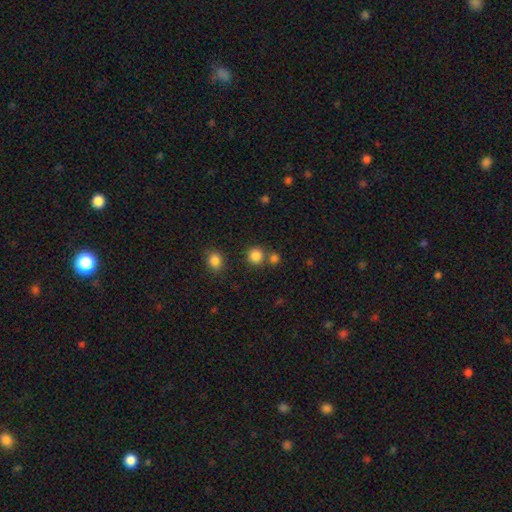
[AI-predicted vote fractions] smooth-or-featured: smooth: 83% | star or artifact: 13% | featured or disk: 4%
  how-rounded: round: 91% | in between: 8% | cigar-shaped: 1%
  merging: none: 73% | merger: 17% | minor disturbance: 7% | major disturbance: 3%